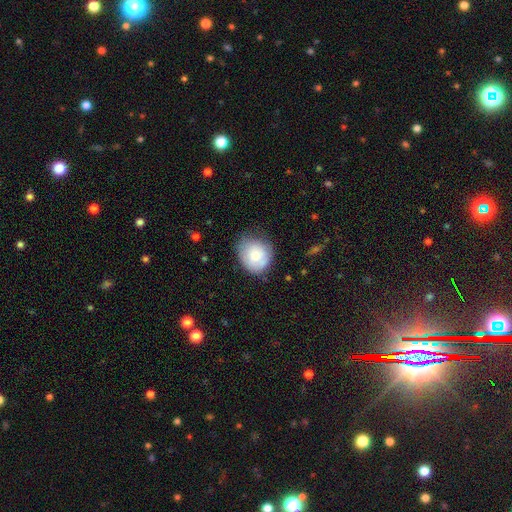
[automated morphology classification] Smooth or featured?
  - smooth: 79% *
  - featured or disk: 14%
  - star or artifact: 7%
How rounded?
  - round: 72% *
  - in between: 27%
  - cigar-shaped: 1%
Merging?
  - none: 61% *
  - minor disturbance: 29%
  - major disturbance: 7%
  - merger: 2%